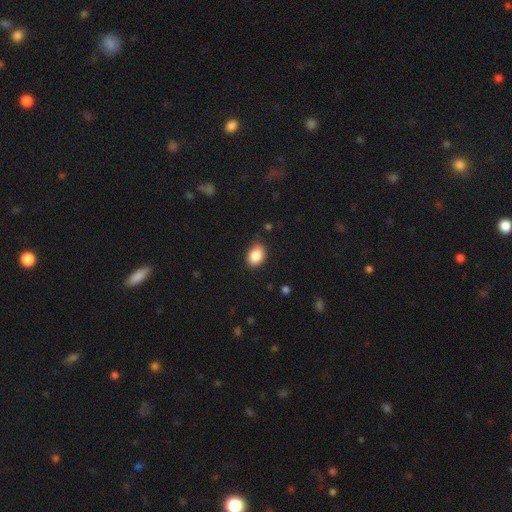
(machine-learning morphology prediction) smooth_or_featured: smooth (p=0.87) [alt: star or artifact p=0.08]
how_rounded: in between (p=0.72) [alt: round p=0.27]
merging: none (p=0.81) [alt: minor disturbance p=0.15]